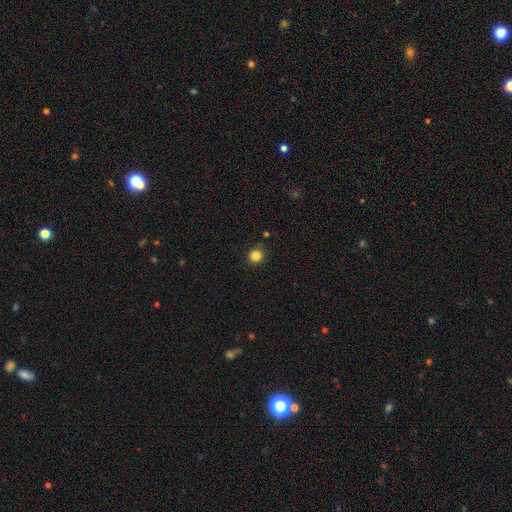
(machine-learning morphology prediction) type=smooth (84%); roundness=round (92%); merging=none (87%).